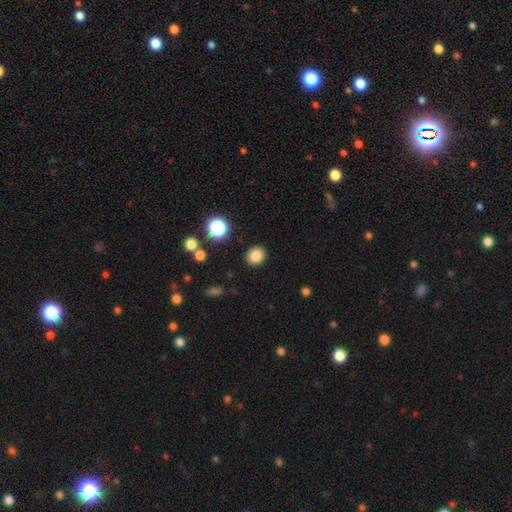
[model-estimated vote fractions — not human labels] smooth-or-featured: smooth: 83% | star or artifact: 12% | featured or disk: 5%
  how-rounded: round: 75% | in between: 24% | cigar-shaped: 1%
  merging: none: 89% | minor disturbance: 7% | major disturbance: 2% | merger: 2%